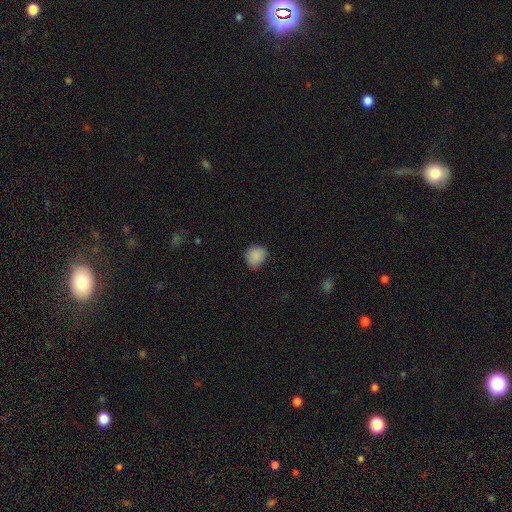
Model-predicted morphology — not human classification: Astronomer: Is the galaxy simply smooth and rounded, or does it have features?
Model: smooth — 87%.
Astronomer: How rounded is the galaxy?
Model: round — 77%.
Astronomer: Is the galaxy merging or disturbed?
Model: none — 70%.